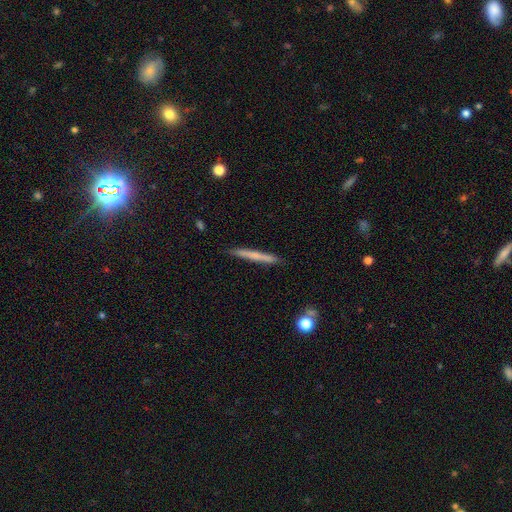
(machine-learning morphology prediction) A smooth galaxy with no disk features (59%) that is cigar-shaped (96%).

Vote fractions:
- Smooth or featured? smooth: 59% / featured or disk: 35% / star or artifact: 6%
- How rounded? cigar-shaped: 96% / in between: 2% / round: 1%
- Merging? none: 90% / minor disturbance: 7% / major disturbance: 1% / merger: 1%